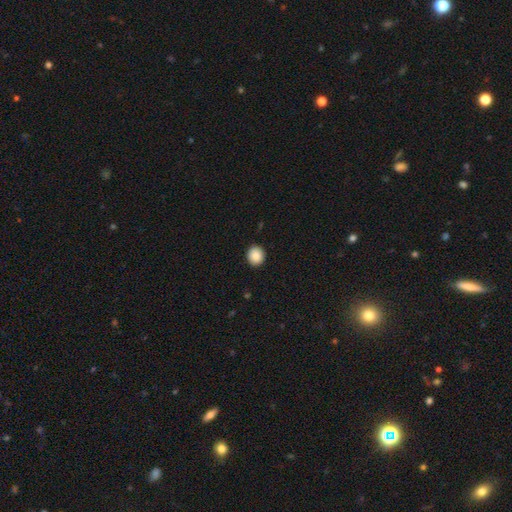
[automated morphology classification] Q: Smooth or featured?
A: smooth (87%); runner-up: star or artifact (8%)
Q: How rounded?
A: round (79%); runner-up: in between (20%)
Q: Merging?
A: none (92%); runner-up: minor disturbance (6%)